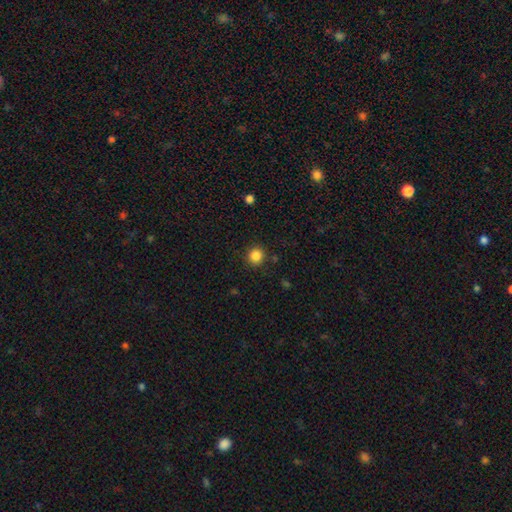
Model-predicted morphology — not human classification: Q: Smooth or featured?
A: smooth (85%); runner-up: star or artifact (11%)
Q: How rounded?
A: round (92%); runner-up: in between (7%)
Q: Merging?
A: none (89%); runner-up: minor disturbance (7%)